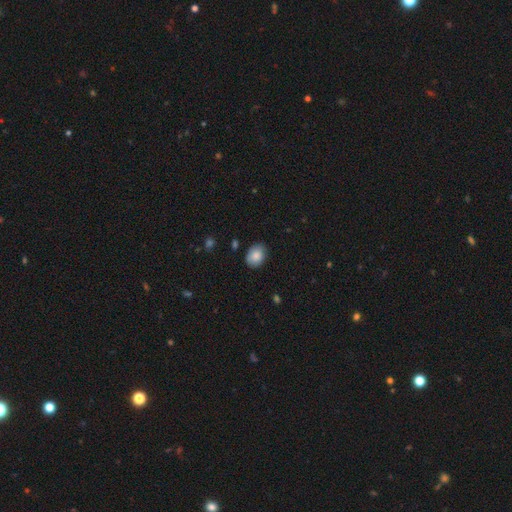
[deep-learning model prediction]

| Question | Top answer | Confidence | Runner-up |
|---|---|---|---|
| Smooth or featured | smooth | 85% | featured or disk (8%) |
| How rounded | in between | 69% | round (31%) |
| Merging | none | 83% | minor disturbance (13%) |